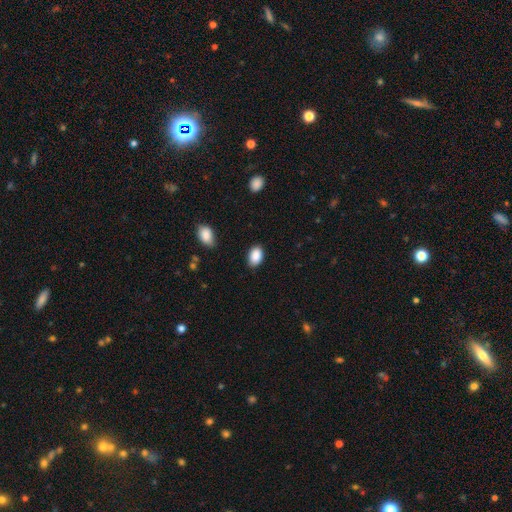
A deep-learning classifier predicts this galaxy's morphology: Q: Smooth or featured?
A: smooth (89%); runner-up: star or artifact (7%)
Q: How rounded?
A: in between (86%); runner-up: round (13%)
Q: Merging?
A: none (84%); runner-up: minor disturbance (12%)